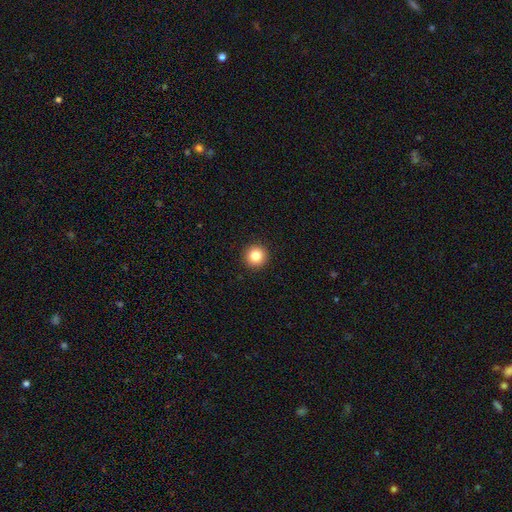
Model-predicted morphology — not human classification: A smooth galaxy with no disk features (85%) that is round (95%). Merging: none (93%).